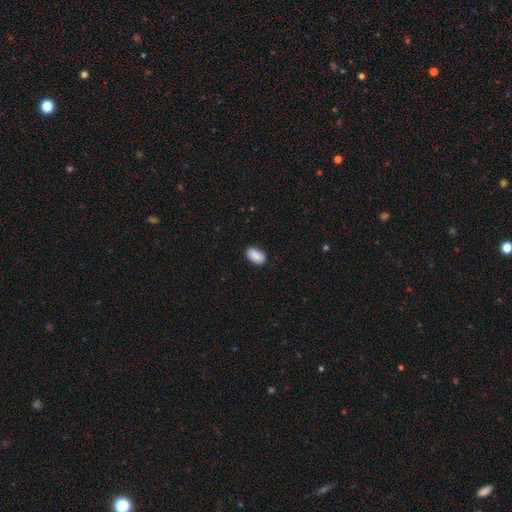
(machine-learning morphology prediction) The model was most divided on "merging": none: 86%, minor disturbance: 11%, major disturbance: 2%, merger: 1%. More confident: how rounded — in between (93%); smooth or featured — smooth (90%).